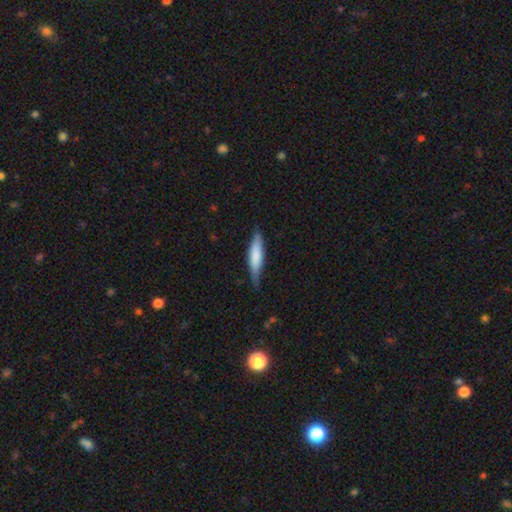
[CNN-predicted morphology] The model was most divided on "smooth or featured": smooth: 69%, featured or disk: 26%, star or artifact: 6%. More confident: how rounded — cigar-shaped (75%); merging — none (75%).